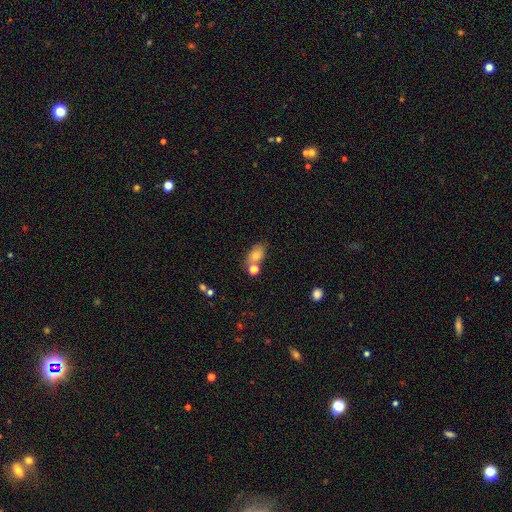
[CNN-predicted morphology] smooth-or-featured: smooth: 75% | featured or disk: 13% | star or artifact: 11%
  how-rounded: in between: 80% | round: 18% | cigar-shaped: 2%
  merging: none: 59% | merger: 23% | minor disturbance: 14% | major disturbance: 4%